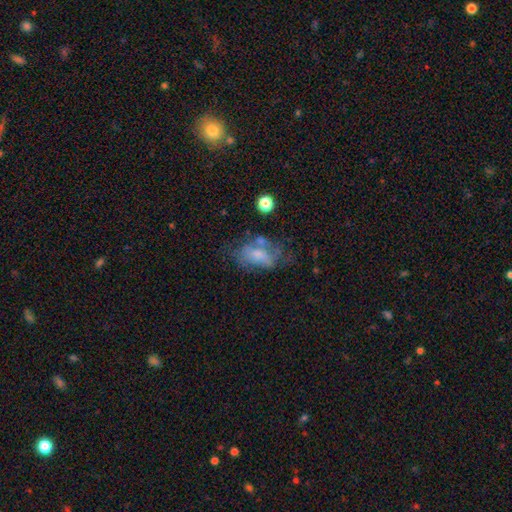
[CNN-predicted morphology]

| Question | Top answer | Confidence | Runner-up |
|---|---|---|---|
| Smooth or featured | smooth | 45% | featured or disk (42%) |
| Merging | none | 43% | minor disturbance (25%) |